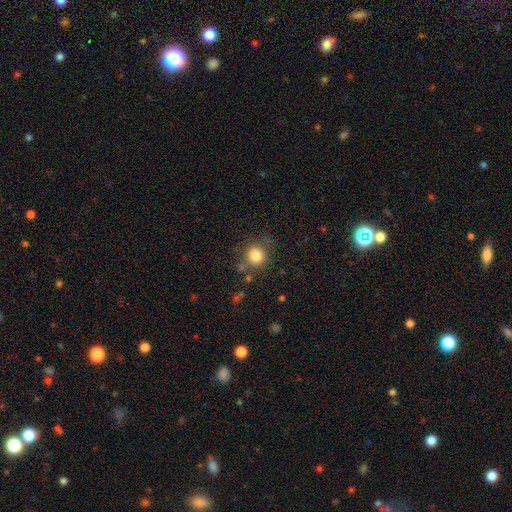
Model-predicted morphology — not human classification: smooth_or_featured: smooth (p=0.81) [alt: star or artifact p=0.11]
how_rounded: round (p=0.87) [alt: in between p=0.12]
merging: none (p=0.73) [alt: minor disturbance p=0.15]